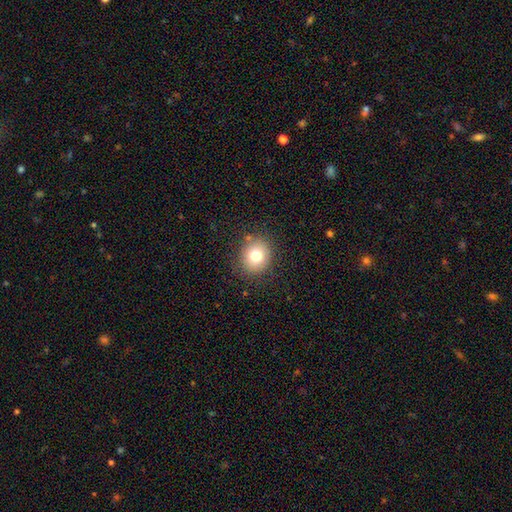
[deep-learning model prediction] A smooth galaxy with no disk features (77%) that is round (75%).

Vote fractions:
- Smooth or featured? smooth: 77% / star or artifact: 12% / featured or disk: 11%
- How rounded? round: 75% / in between: 25% / cigar-shaped: 1%
- Merging? none: 85% / minor disturbance: 10% / major disturbance: 3% / merger: 2%